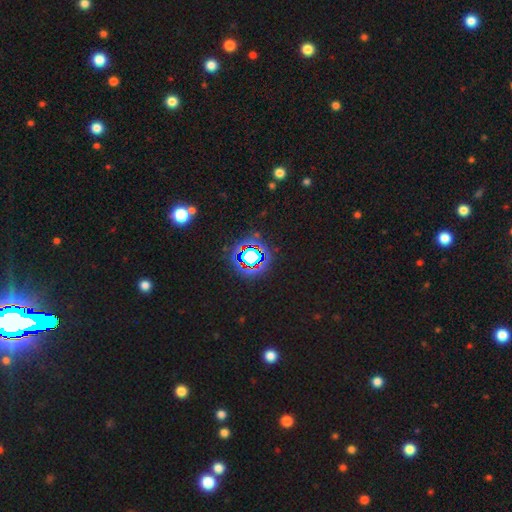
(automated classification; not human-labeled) star or artifact 77%, smooth 15%, featured or disk 8%.